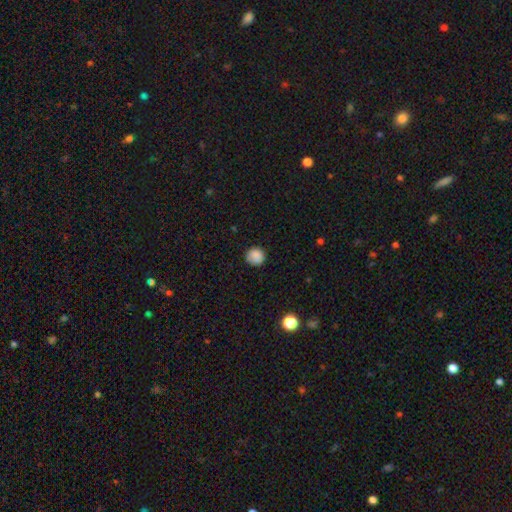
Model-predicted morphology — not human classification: smooth-or-featured: smooth: 87% | star or artifact: 10% | featured or disk: 4%
  how-rounded: round: 90% | in between: 9% | cigar-shaped: 1%
  merging: none: 84% | minor disturbance: 12% | major disturbance: 3% | merger: 1%